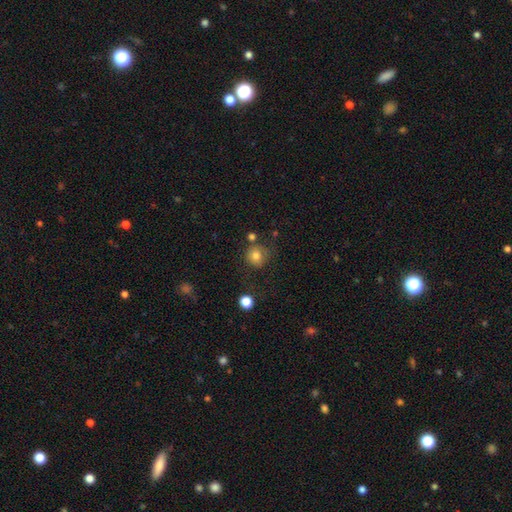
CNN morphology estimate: Smooth or featured? smooth (79%)
How rounded? round (87%)
Merging? none (69%)